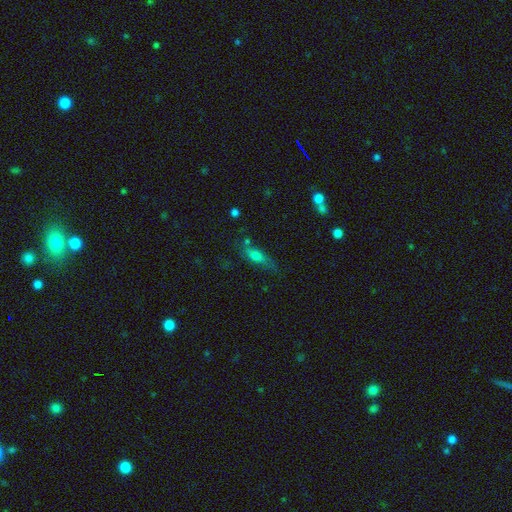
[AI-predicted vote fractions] smooth 61%, featured or disk 29%, star or artifact 10%. Down the decision tree: how rounded — in between (51%); merging — none (62%).